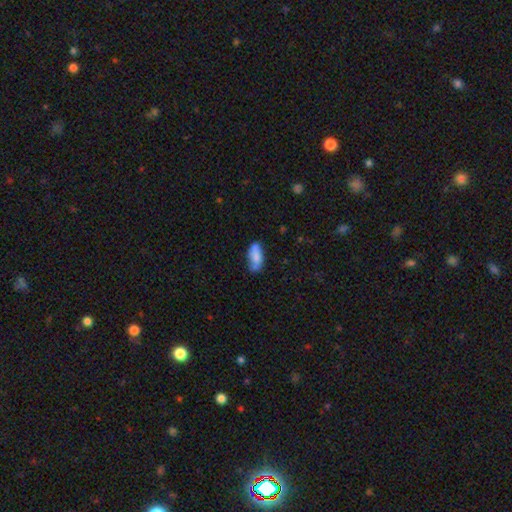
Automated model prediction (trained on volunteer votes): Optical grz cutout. It shows a smooth galaxy with no disk features (79%) that is in between round and cigar-shaped (80%). Merging: none (55%).